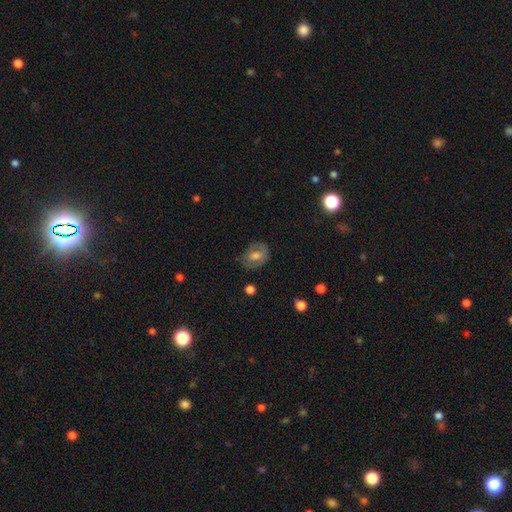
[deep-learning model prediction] This appears to be a smooth galaxy with no disk features (55%) that is in between round and cigar-shaped (56%). Merging: none (73%).